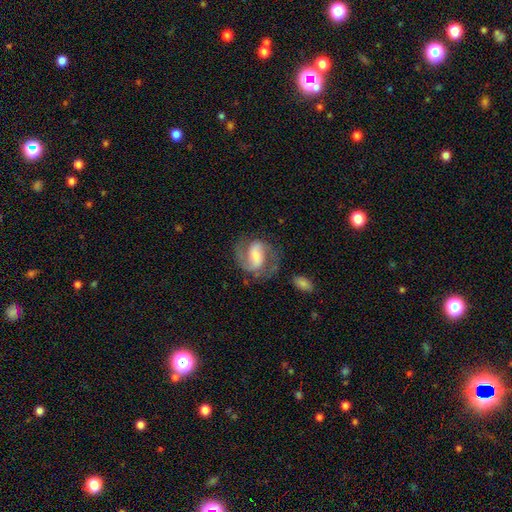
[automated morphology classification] A featured or disk galaxy (80%) with a weak bar (42%), 2 (89%) medium (56%) spiral arms (94%) and a small central bulge (35%). Merging: none (67%).